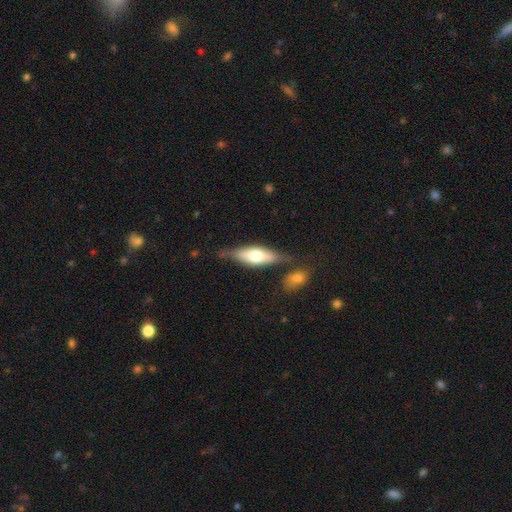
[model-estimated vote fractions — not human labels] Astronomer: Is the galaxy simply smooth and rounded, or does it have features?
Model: smooth — 47%, tied with featured or disk at 47%.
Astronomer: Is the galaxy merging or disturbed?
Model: none — 64%.